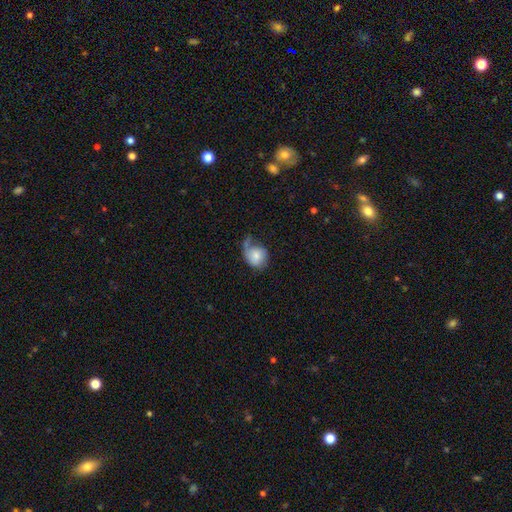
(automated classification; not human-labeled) Smooth or featured: smooth — 72% (featured or disk — 21%)
How rounded: round — 61% (in between — 38%)
Merging: none — 35% (minor disturbance — 29%)